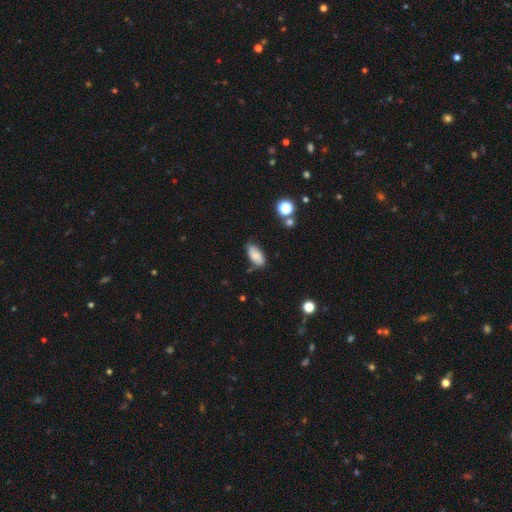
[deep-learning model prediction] A smooth galaxy with no disk features (74%) that is in between round and cigar-shaped (92%). Merging: none (68%).